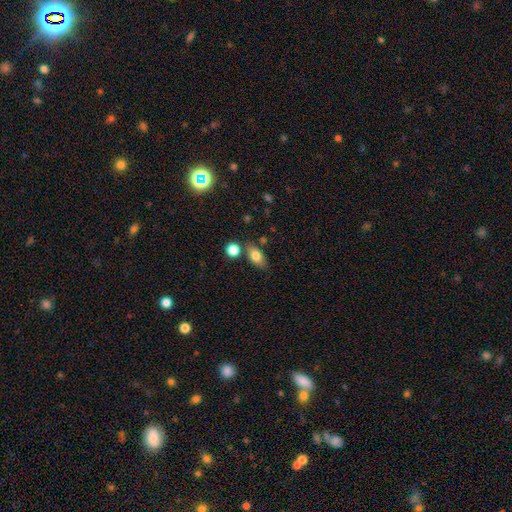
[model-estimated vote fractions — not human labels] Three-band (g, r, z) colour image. It shows a smooth galaxy with no disk features (79%) that is in between round and cigar-shaped (82%). Merging: none (73%).